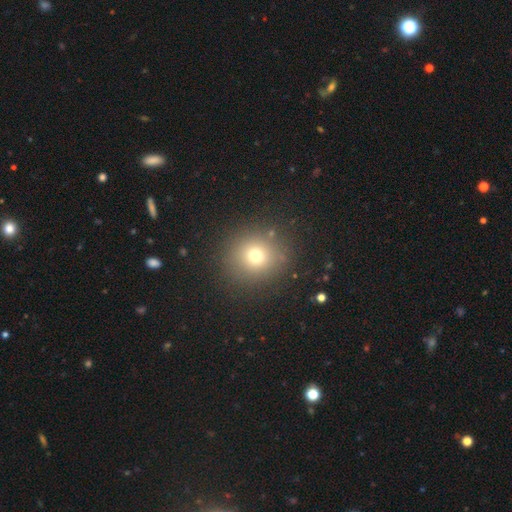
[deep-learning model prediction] The model was most divided on "smooth or featured": smooth: 71%, star or artifact: 19%, featured or disk: 11%. More confident: how rounded — round (90%); merging — none (86%).